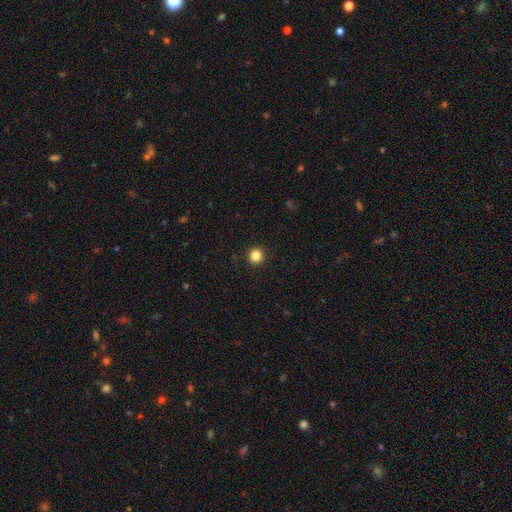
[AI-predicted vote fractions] smooth-or-featured: smooth: 85% | star or artifact: 11% | featured or disk: 4%
  how-rounded: round: 94% | in between: 5% | cigar-shaped: 1%
  merging: none: 93% | minor disturbance: 4% | major disturbance: 2% | merger: 1%